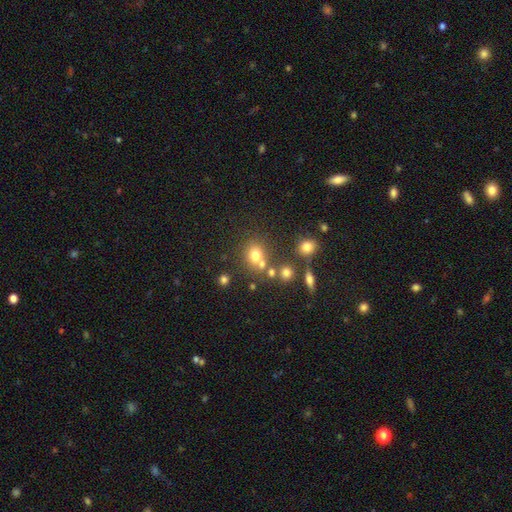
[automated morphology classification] Q: Smooth or featured?
A: smooth (70%); runner-up: star or artifact (18%)
Q: How rounded?
A: round (73%); runner-up: in between (26%)
Q: Merging?
A: none (57%); runner-up: merger (25%)